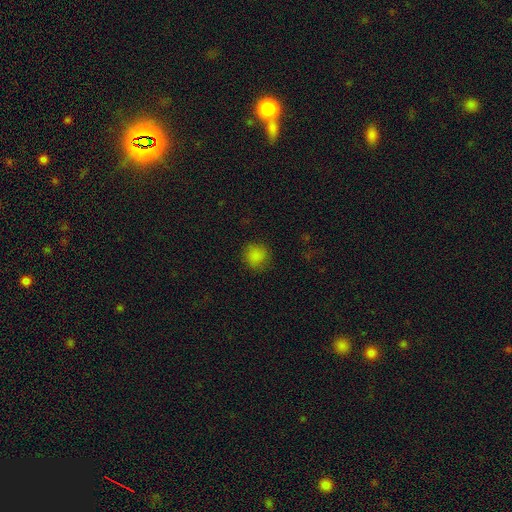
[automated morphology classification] Smooth or featured?
  - smooth: 84% *
  - star or artifact: 12%
  - featured or disk: 4%
How rounded?
  - round: 89% *
  - in between: 11%
  - cigar-shaped: 1%
Merging?
  - none: 84% *
  - minor disturbance: 12%
  - major disturbance: 4%
  - merger: 1%